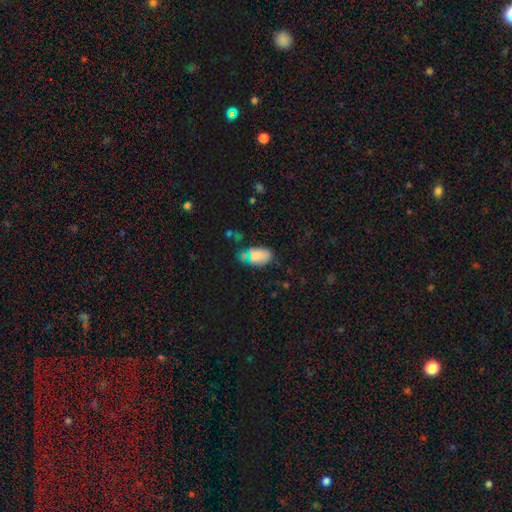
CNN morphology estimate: type=smooth (75%); roundness=in between (90%); merging=none (53%).